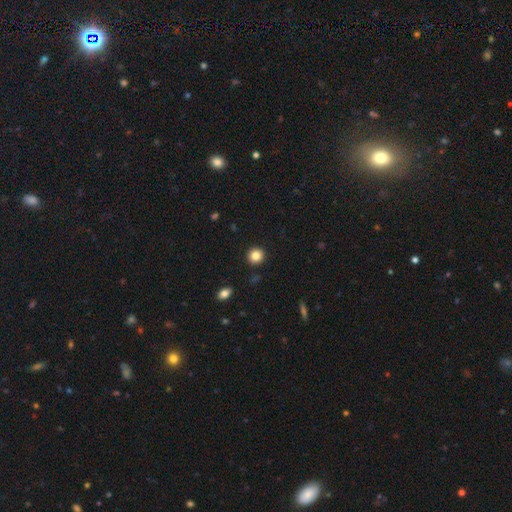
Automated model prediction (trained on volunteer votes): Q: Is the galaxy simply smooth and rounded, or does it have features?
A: smooth — 84%.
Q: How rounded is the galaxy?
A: round — 92%.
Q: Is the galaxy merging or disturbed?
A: none — 92%.